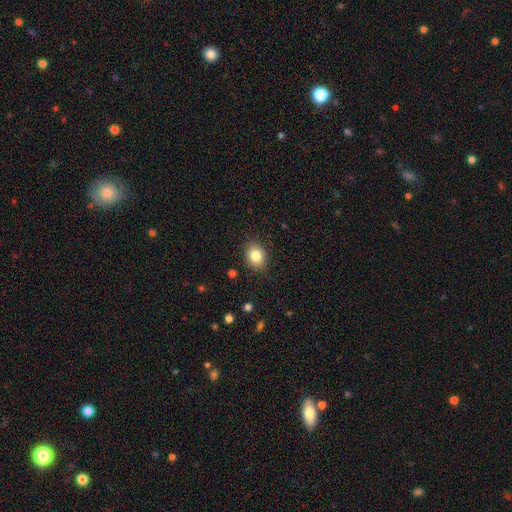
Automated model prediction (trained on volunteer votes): Smooth or featured?
  - smooth: 83% *
  - star or artifact: 10%
  - featured or disk: 7%
How rounded?
  - in between: 53% *
  - round: 47%
  - cigar-shaped: 1%
Merging?
  - none: 87% *
  - minor disturbance: 10%
  - major disturbance: 2%
  - merger: 1%